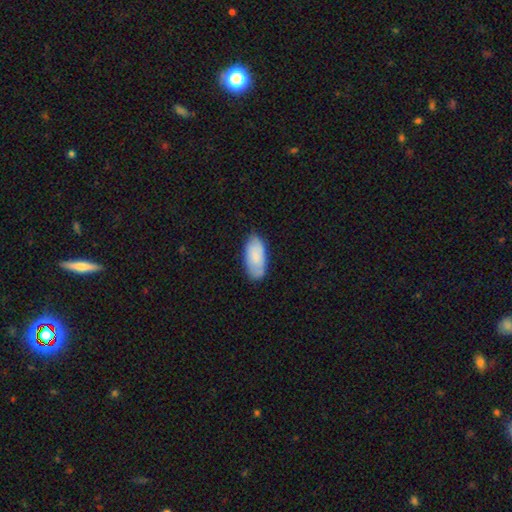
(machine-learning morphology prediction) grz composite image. It shows a smooth galaxy with no disk features (76%) that is in between round and cigar-shaped (92%). Merging: none (77%).